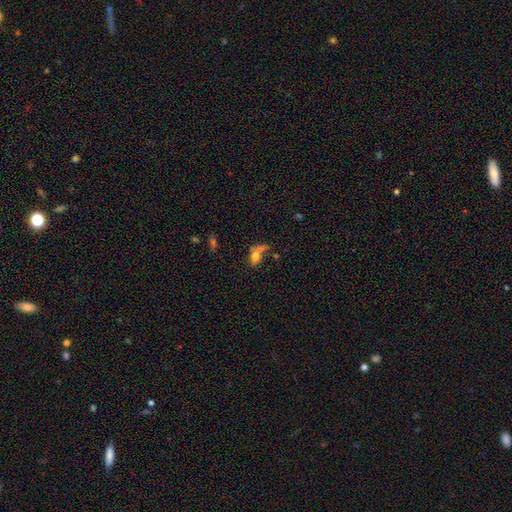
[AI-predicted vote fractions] Q: Smooth or featured?
A: smooth (70%); runner-up: featured or disk (17%)
Q: How rounded?
A: in between (79%); runner-up: round (14%)
Q: Merging?
A: merger (40%); runner-up: none (31%)